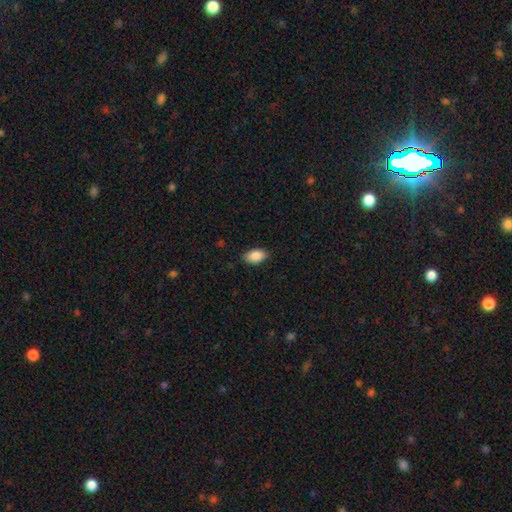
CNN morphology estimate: This appears to be a smooth galaxy with no disk features (88%) that is in between round and cigar-shaped (93%). Merging: none (86%).